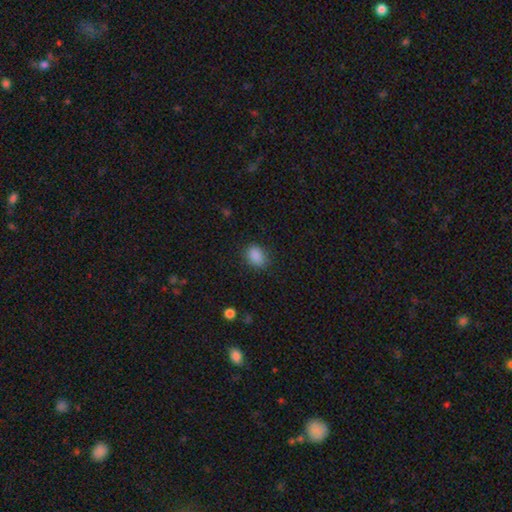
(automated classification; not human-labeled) This is clearly a smooth galaxy (87%). How rounded: likely in between (71%). Merging: clearly none (81%).